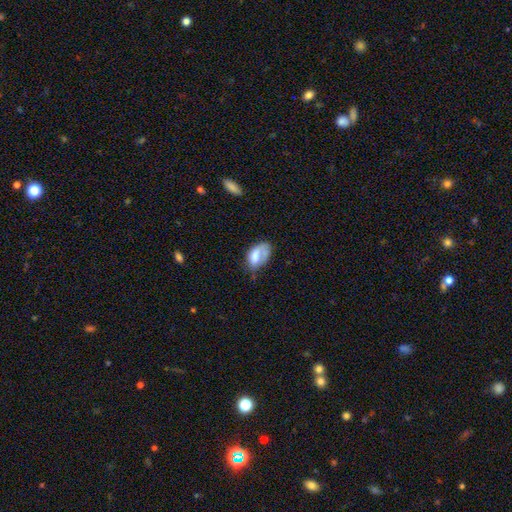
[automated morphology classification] Q: Smooth or featured?
A: smooth (65%); runner-up: featured or disk (28%)
Q: How rounded?
A: in between (91%); runner-up: round (7%)
Q: Merging?
A: none (37%); runner-up: minor disturbance (32%)